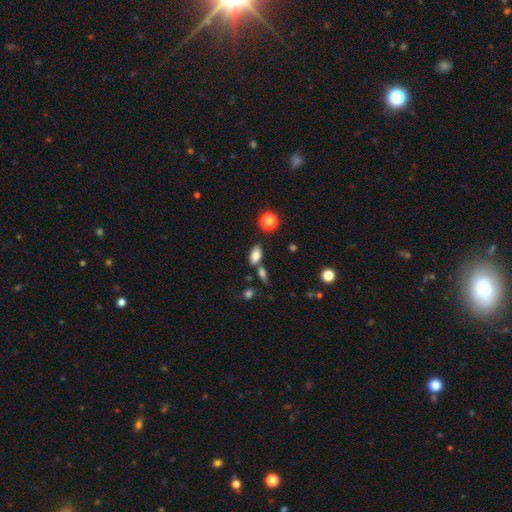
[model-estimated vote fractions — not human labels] Overall: smooth (81%). How rounded: in between (88%). Merging: none (66%).